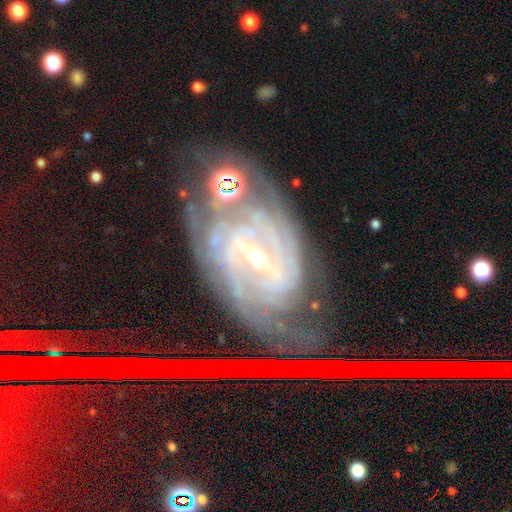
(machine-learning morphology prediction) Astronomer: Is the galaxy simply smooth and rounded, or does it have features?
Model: featured or disk — 85%.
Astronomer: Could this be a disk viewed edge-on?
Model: no — 95%.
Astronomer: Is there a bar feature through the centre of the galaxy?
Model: weak — 42% (runner-up: strong, 38%).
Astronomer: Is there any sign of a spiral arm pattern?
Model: yes — 96%.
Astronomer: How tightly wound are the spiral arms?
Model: tight — 71%.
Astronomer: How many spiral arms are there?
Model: can't tell — 33% (runner-up: 2, 22%).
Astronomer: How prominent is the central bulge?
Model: small — 57% (runner-up: moderate, 38%).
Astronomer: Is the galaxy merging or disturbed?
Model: none — 63%.